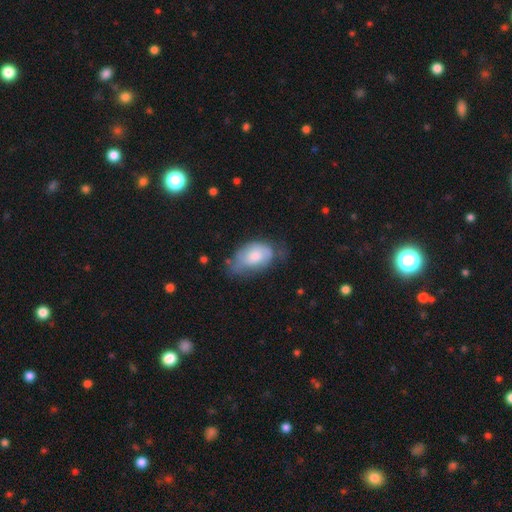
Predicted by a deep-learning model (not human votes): Smooth or featured? Predicted: smooth (p=0.59). How rounded? Predicted: in between (p=0.90). Merging? Predicted: minor disturbance (p=0.38).